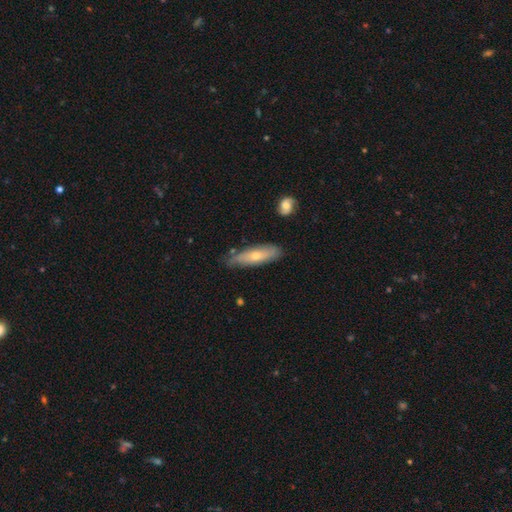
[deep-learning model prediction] The model was most divided on "how rounded": cigar-shaped: 58%, in between: 40%, round: 2%. More confident: merging — none (72%); smooth or featured — smooth (59%).